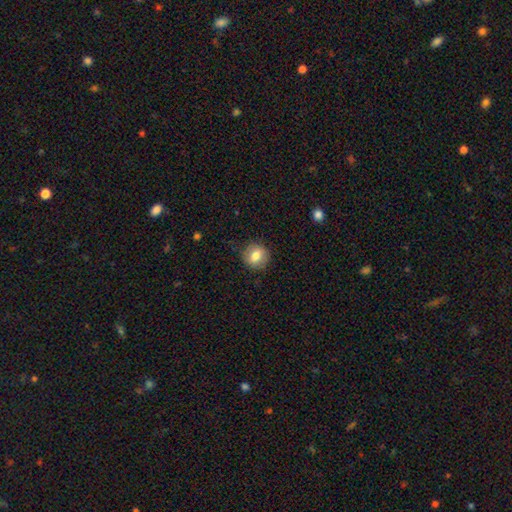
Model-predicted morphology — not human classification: smooth-or-featured: smooth: 77% | featured or disk: 14% | star or artifact: 9%
  how-rounded: round: 84% | in between: 15% | cigar-shaped: 1%
  merging: none: 85% | minor disturbance: 11% | major disturbance: 3% | merger: 1%